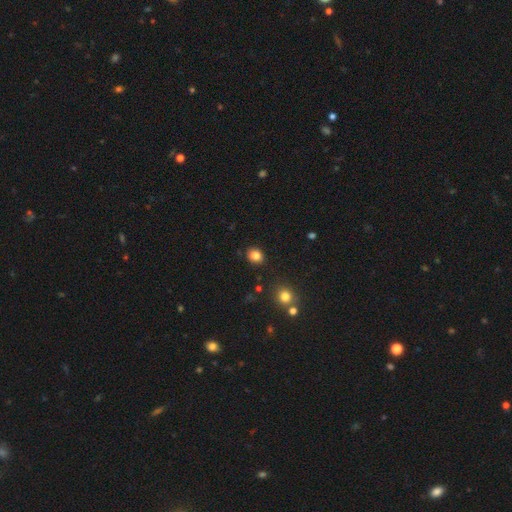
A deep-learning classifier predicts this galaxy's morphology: This appears to be a smooth galaxy with no disk features (84%) that is round (62%). Merging: none (87%).